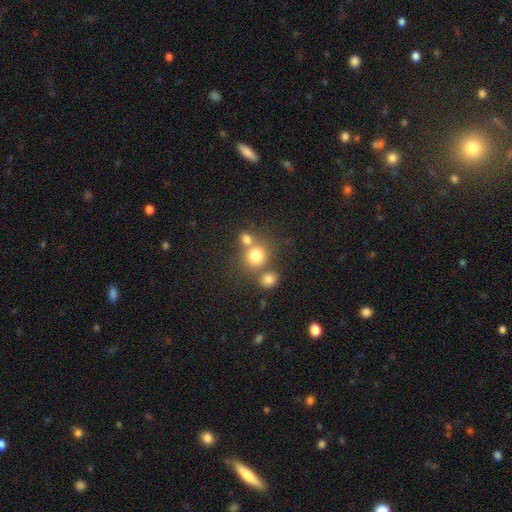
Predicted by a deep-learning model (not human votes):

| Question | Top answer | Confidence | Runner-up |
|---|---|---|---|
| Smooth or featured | smooth | 76% | star or artifact (14%) |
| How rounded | round | 82% | in between (17%) |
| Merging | none | 50% | merger (38%) |